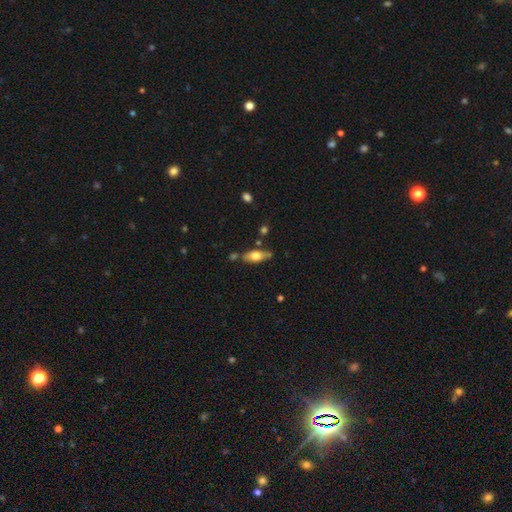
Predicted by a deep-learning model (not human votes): Smooth or featured? smooth (61%)
How rounded? in between (73%)
Merging? none (70%)